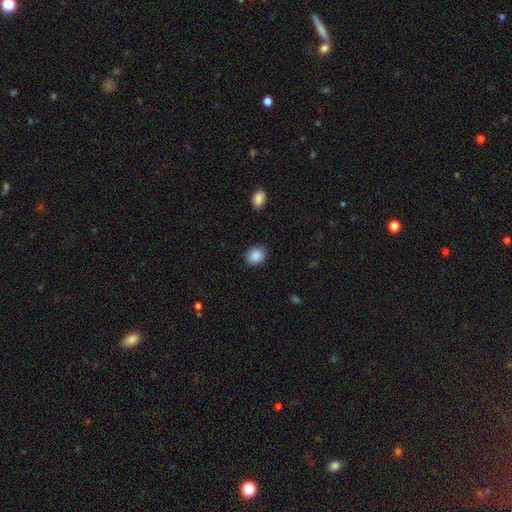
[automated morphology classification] Overall: smooth (88%). How rounded: round (65%; in between 34%). Merging: none (85%).